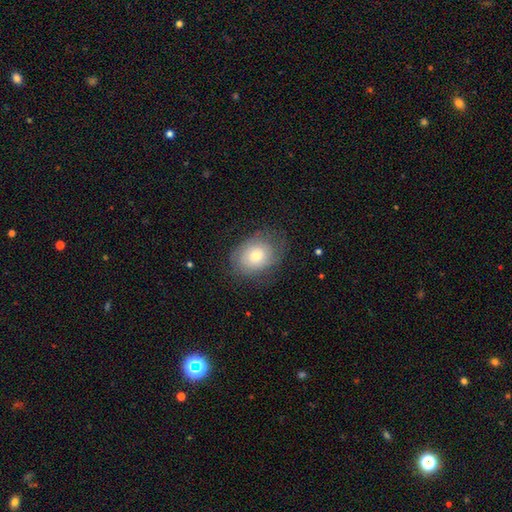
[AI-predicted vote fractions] A smooth galaxy with no disk features (61%) that is in between round and cigar-shaped (63%).

Vote fractions:
- Smooth or featured? smooth: 61% / featured or disk: 31% / star or artifact: 8%
- How rounded? in between: 63% / round: 36% / cigar-shaped: 1%
- Merging? none: 69% / minor disturbance: 21% / major disturbance: 9% / merger: 1%